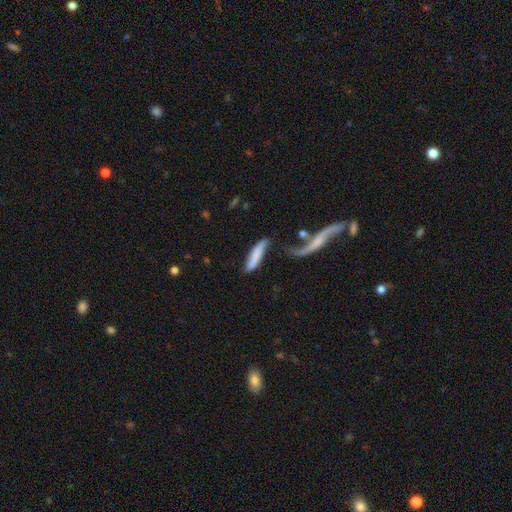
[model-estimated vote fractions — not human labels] A smooth galaxy with no disk features (65%) that is cigar-shaped (80%). Merging: none (48%).